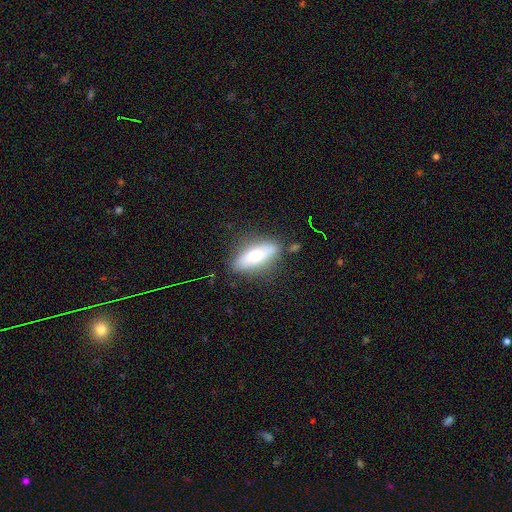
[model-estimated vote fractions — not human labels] smooth-or-featured: smooth: 67% | featured or disk: 26% | star or artifact: 7%
  how-rounded: in between: 56% | cigar-shaped: 42% | round: 3%
  merging: none: 78% | minor disturbance: 15% | major disturbance: 4% | merger: 4%